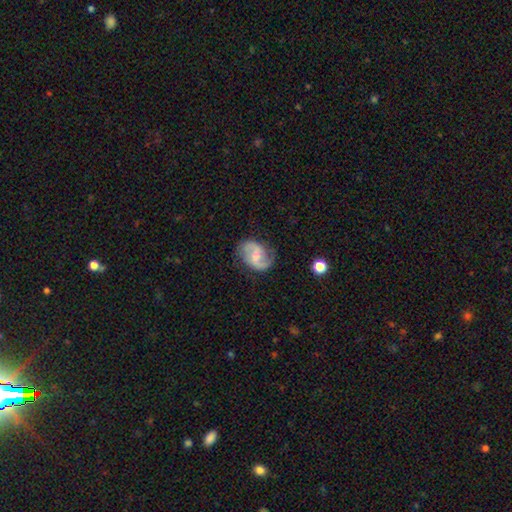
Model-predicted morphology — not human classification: Smooth or featured: featured or disk — 84% (smooth — 11%)
Edge-on disk: no — 98% (yes — 2%)
Bar: weak — 52% (no — 28%)
Spiral arms: yes — 95% (no — 5%)
Spiral winding: medium — 47% (loose — 39%)
Spiral arm count: 2 — 91% (can't tell — 4%)
Bulge size: small — 47% (moderate — 46%)
Merging: none — 78% (minor disturbance — 16%)